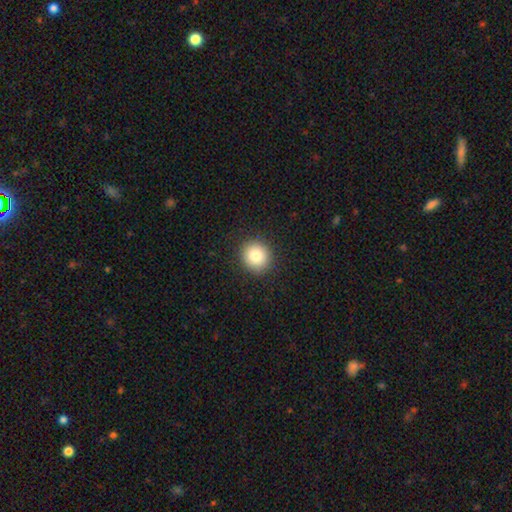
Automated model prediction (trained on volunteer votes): Smooth or featured? Predicted: smooth (p=0.82). How rounded? Predicted: round (p=0.91). Merging? Predicted: none (p=0.92).